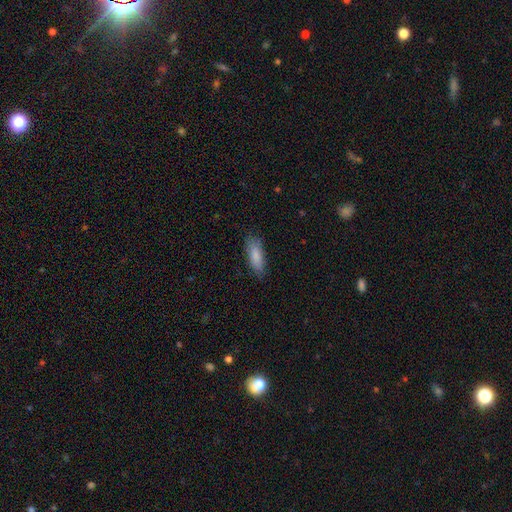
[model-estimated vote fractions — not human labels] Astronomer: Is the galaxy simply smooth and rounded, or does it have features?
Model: smooth — 87%.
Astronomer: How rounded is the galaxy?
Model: in between — 63%.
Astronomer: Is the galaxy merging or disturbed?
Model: none — 80%.